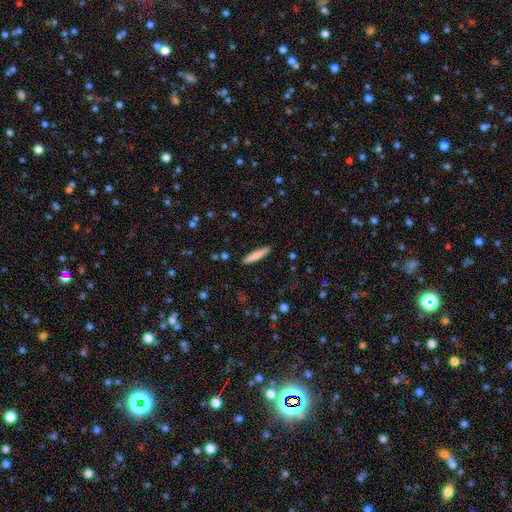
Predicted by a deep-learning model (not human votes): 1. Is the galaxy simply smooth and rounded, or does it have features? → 81% smooth, 13% featured or disk, 6% star or artifact.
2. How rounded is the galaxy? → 91% cigar-shaped, 8% in between, 1% round.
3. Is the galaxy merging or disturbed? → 90% none, 7% minor disturbance, 2% major disturbance, 1% merger.